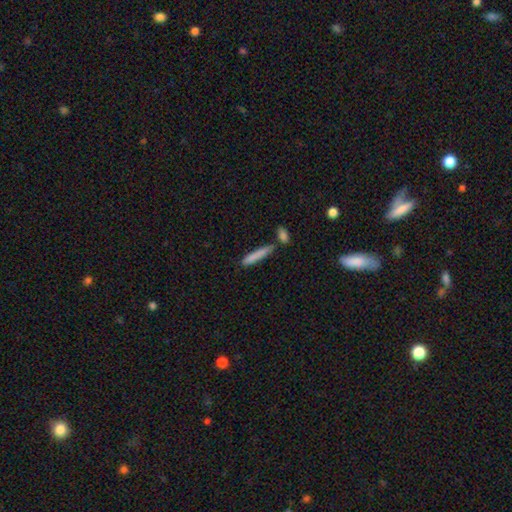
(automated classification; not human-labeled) A smooth galaxy with no disk features (80%) that is cigar-shaped (90%). Merging: none (68%).